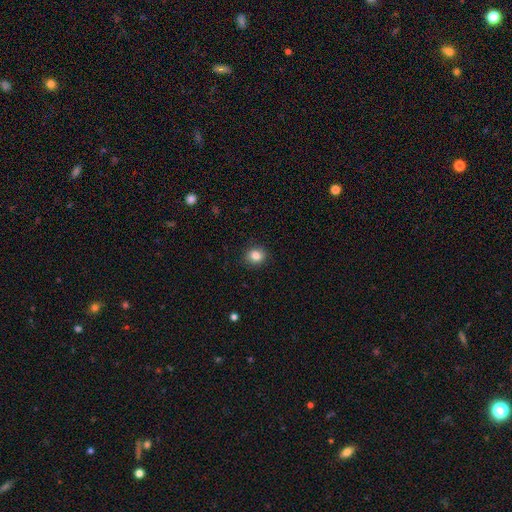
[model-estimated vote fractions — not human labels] Q: Smooth or featured?
A: smooth (85%); runner-up: star or artifact (10%)
Q: How rounded?
A: round (73%); runner-up: in between (26%)
Q: Merging?
A: none (90%); runner-up: minor disturbance (7%)